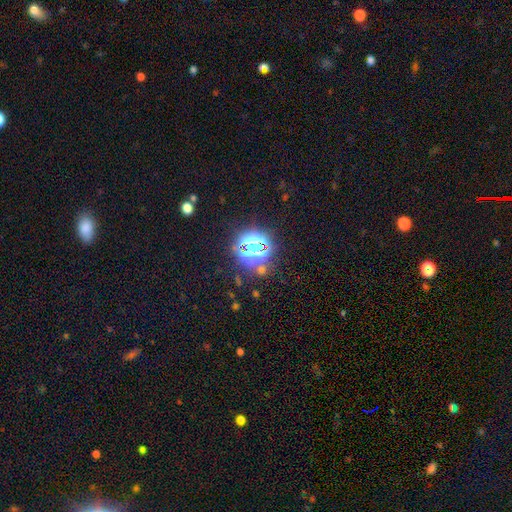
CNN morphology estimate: Smooth or featured? star or artifact (74%)